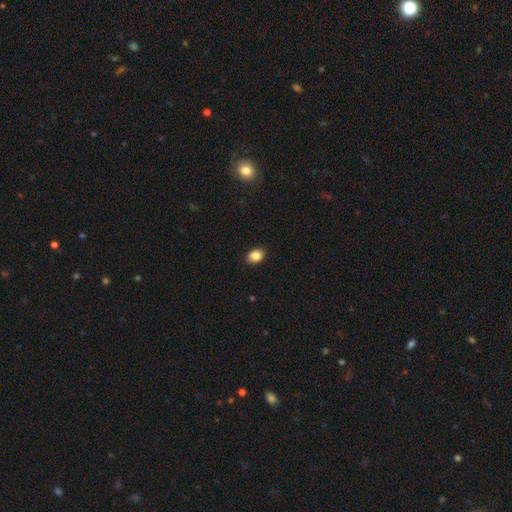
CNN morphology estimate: smooth_or_featured: smooth (p=0.86) [alt: star or artifact p=0.09]
how_rounded: in between (p=0.61) [alt: round p=0.37]
merging: none (p=0.89) [alt: minor disturbance p=0.08]